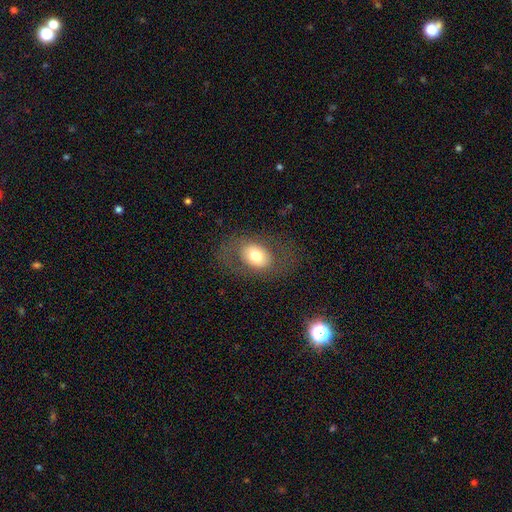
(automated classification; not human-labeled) Morphology: type=smooth (66%); roundness=in between (73%); merging=none (74%).